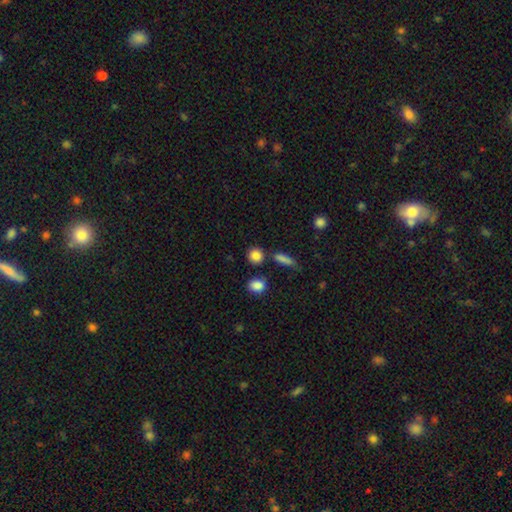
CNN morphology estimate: Smooth or featured: smooth — 86% (star or artifact — 9%)
How rounded: round — 83% (in between — 14%)
Merging: none — 80% (minor disturbance — 9%)